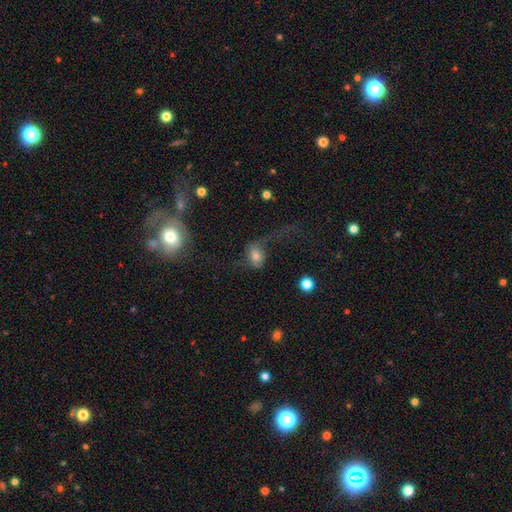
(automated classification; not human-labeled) A smooth galaxy with no disk features (52%) that is in between round and cigar-shaped (69%).

Vote fractions:
- Smooth or featured? smooth: 52% / featured or disk: 36% / star or artifact: 12%
- How rounded? in between: 69% / round: 29% / cigar-shaped: 3%
- Merging? major disturbance: 50% / none: 28% / minor disturbance: 16% / merger: 6%